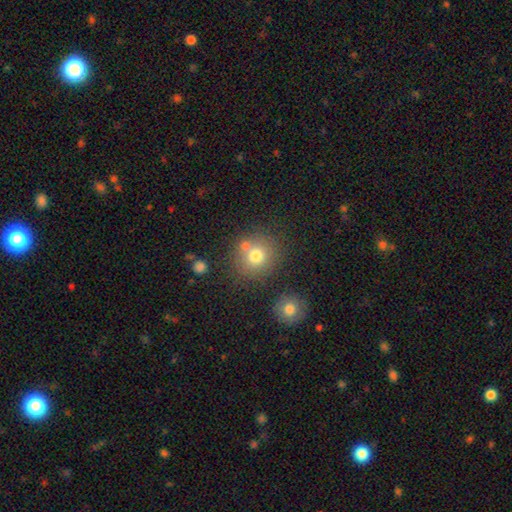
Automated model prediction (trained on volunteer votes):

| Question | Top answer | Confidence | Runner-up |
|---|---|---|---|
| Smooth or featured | smooth | 75% | star or artifact (13%) |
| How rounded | round | 86% | in between (13%) |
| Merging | none | 67% | merger (18%) |